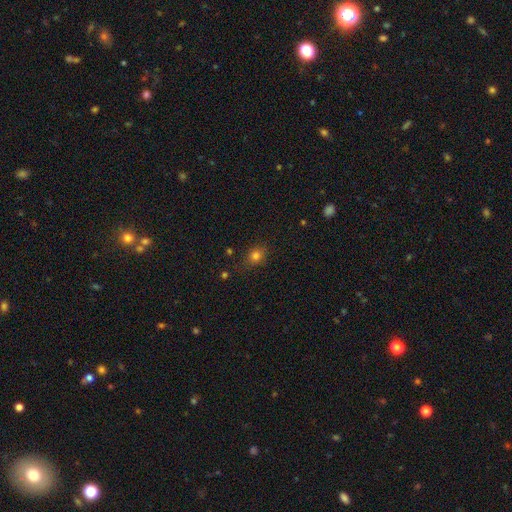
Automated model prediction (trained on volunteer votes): Smooth or featured? Predicted: smooth (p=0.79). How rounded? Predicted: round (p=0.63). Merging? Predicted: none (p=0.78).